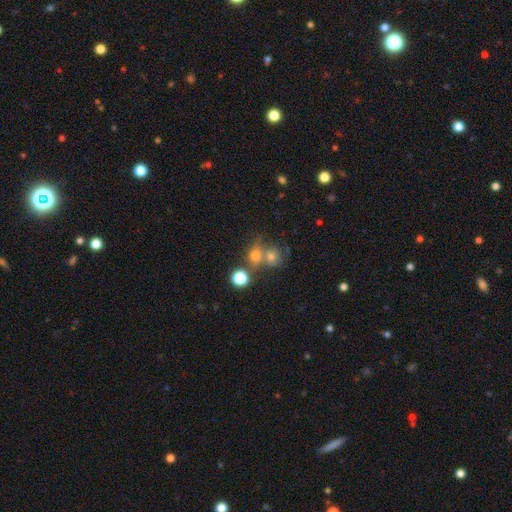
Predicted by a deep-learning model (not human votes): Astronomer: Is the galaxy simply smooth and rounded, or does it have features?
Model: smooth — 70%.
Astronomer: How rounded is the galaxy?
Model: round — 77%.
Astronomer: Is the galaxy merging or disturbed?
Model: none — 46% (runner-up: merger, 41%).